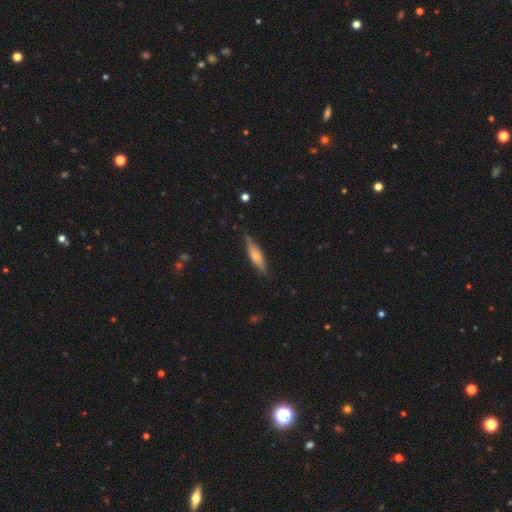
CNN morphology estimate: Overall: smooth (51%; featured or disk 42%). How rounded: cigar-shaped (73%). Merging: none (82%).